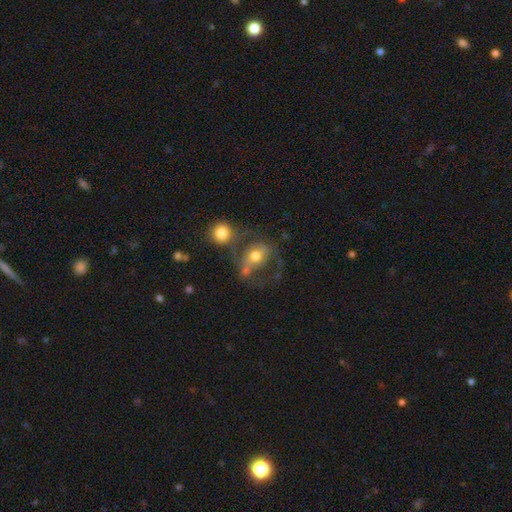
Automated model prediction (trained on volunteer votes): This is possibly a smooth galaxy (51%). How rounded: possibly round (49%, tied with in between). Merging: marginally merger (31%).